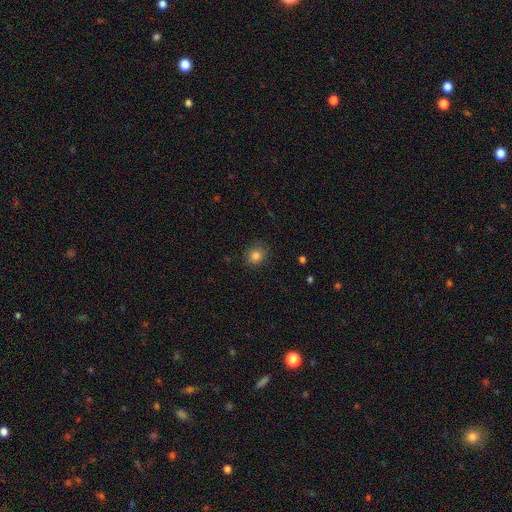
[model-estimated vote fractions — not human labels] A smooth galaxy with no disk features (82%) that is round (77%).

Vote fractions:
- Smooth or featured? smooth: 82% / star or artifact: 12% / featured or disk: 5%
- How rounded? round: 77% / in between: 22% / cigar-shaped: 1%
- Merging? none: 85% / minor disturbance: 11% / major disturbance: 3% / merger: 1%